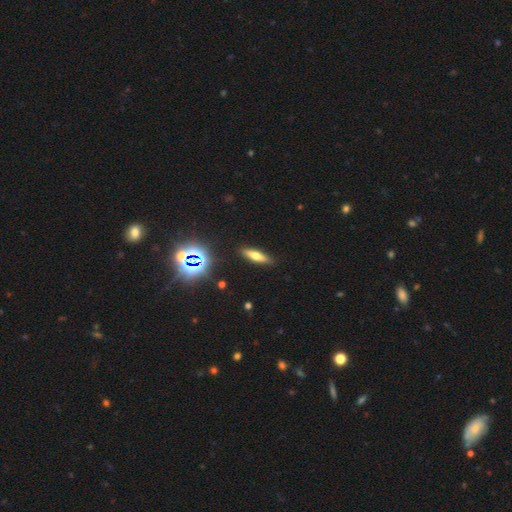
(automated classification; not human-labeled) Q: Smooth or featured?
A: smooth (53%); runner-up: featured or disk (33%)
Q: How rounded?
A: cigar-shaped (64%); runner-up: in between (33%)
Q: Merging?
A: none (88%); runner-up: minor disturbance (8%)